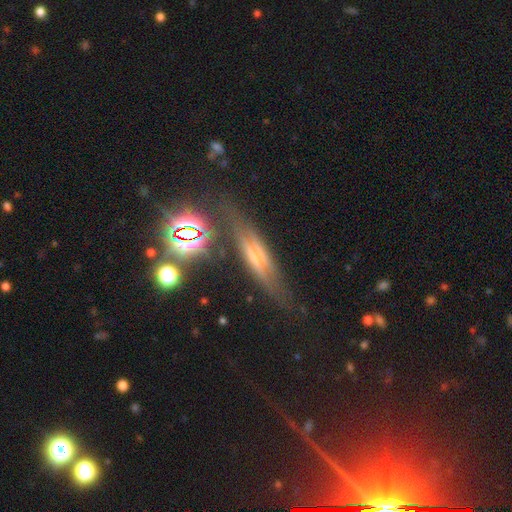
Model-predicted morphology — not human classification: Smooth or featured?
  - featured or disk: 58% *
  - smooth: 24%
  - star or artifact: 18%
Edge-on disk?
  - yes: 80% *
  - no: 20%
Merging?
  - none: 67% *
  - minor disturbance: 20%
  - major disturbance: 9%
  - merger: 4%